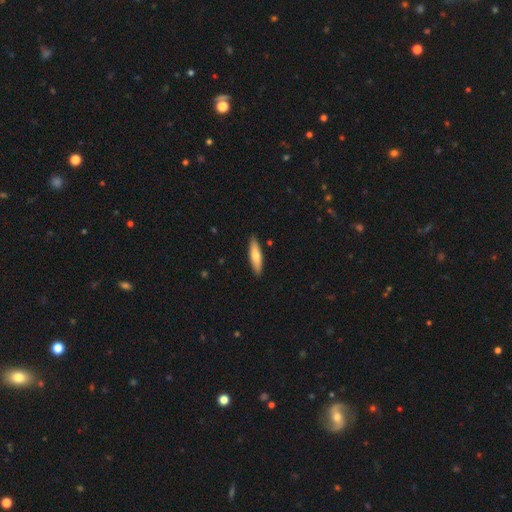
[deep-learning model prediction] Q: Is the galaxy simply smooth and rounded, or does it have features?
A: smooth — 72%.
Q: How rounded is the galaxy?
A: cigar-shaped — 69%.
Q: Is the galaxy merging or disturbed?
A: none — 89%.